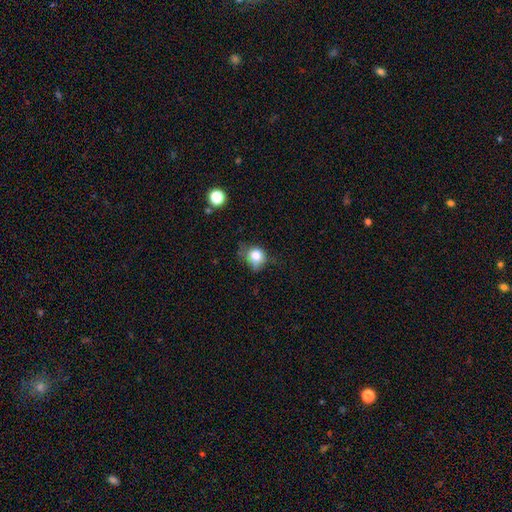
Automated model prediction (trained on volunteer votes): Smooth or featured?
  - smooth: 78% *
  - featured or disk: 12%
  - star or artifact: 11%
How rounded?
  - round: 67% *
  - in between: 31%
  - cigar-shaped: 1%
Merging?
  - none: 42% *
  - minor disturbance: 38%
  - major disturbance: 17%
  - merger: 3%